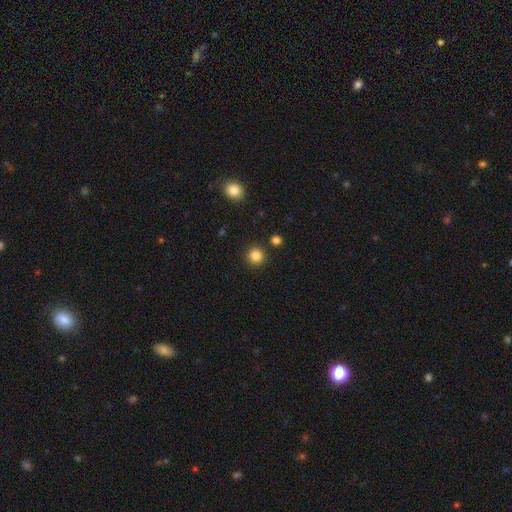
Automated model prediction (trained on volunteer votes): Morphology: type=smooth (85%); roundness=round (94%); merging=none (90%).